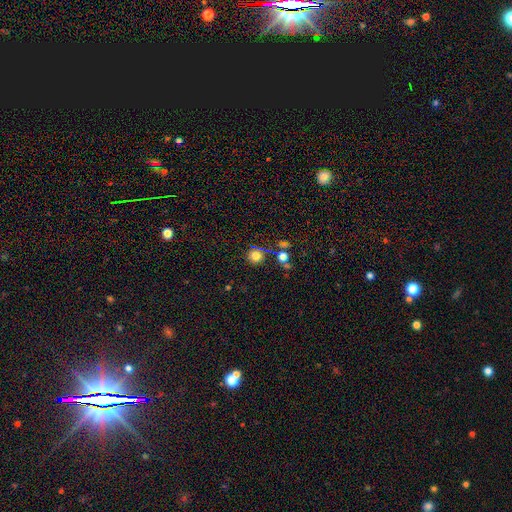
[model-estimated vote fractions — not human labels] A smooth galaxy with no disk features (76%) that is round (93%). Merging: none (78%).